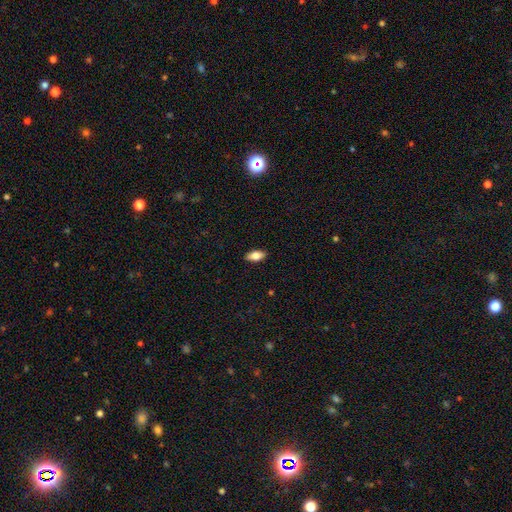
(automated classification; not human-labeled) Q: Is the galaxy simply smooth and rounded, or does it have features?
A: smooth — 80%.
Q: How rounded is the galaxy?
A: in between — 88%.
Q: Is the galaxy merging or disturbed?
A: none — 89%.